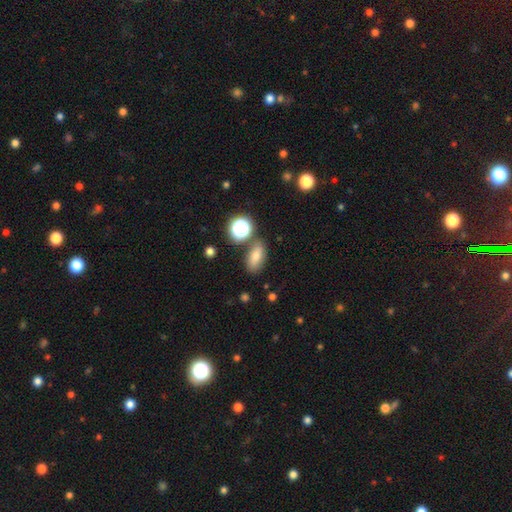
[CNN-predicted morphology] Q: Smooth or featured?
A: smooth (72%); runner-up: star or artifact (17%)
Q: How rounded?
A: in between (81%); runner-up: round (12%)
Q: Merging?
A: none (75%); runner-up: minor disturbance (13%)